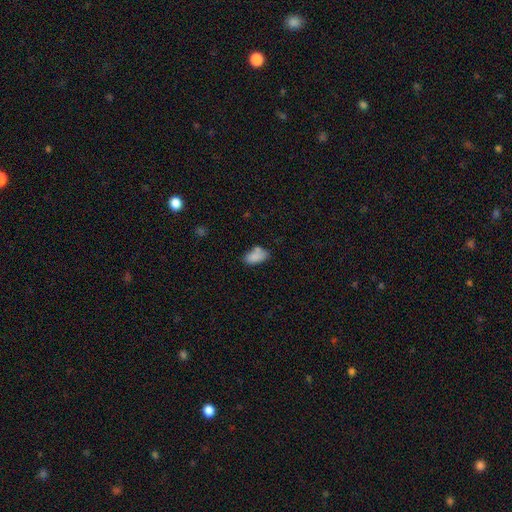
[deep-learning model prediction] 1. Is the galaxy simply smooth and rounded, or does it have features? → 81% smooth, 10% featured or disk, 9% star or artifact.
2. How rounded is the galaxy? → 91% in between, 6% round, 3% cigar-shaped.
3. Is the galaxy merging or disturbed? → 54% none, 23% minor disturbance, 16% merger, 7% major disturbance.